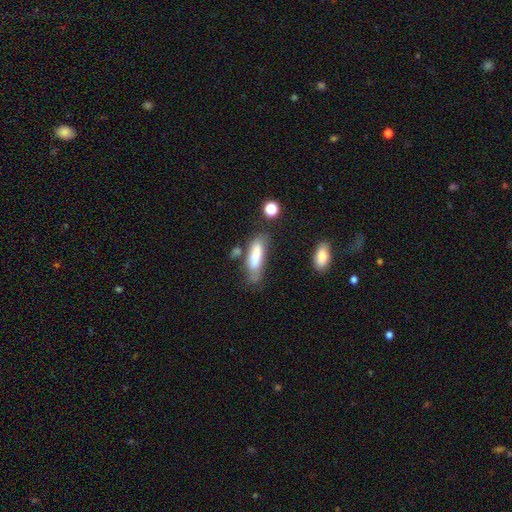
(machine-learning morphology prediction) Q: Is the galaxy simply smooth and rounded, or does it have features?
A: smooth — 76%.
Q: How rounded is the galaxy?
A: cigar-shaped — 53%.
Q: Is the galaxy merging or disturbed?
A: none — 49%.